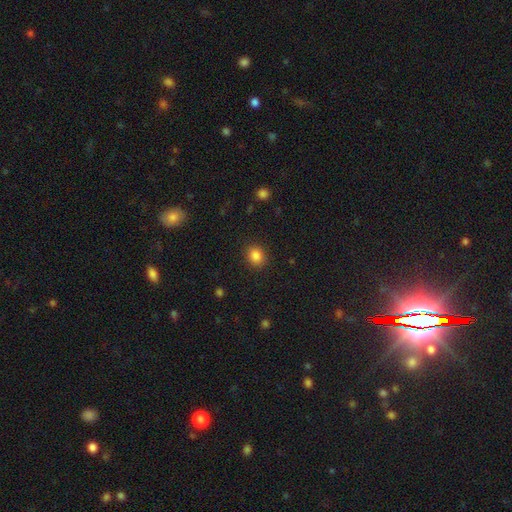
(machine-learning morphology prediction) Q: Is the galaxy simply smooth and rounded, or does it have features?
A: smooth — 85%.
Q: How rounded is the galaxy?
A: round — 71%.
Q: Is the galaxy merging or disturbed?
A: none — 89%.